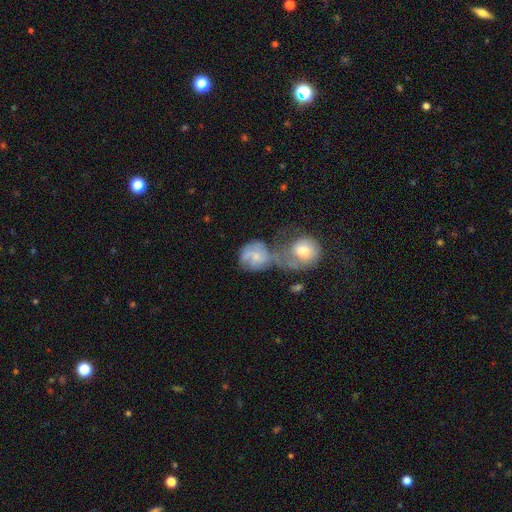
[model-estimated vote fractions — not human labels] A featured or disk galaxy (52%) with no bar (71%), spiral arms (73%) and a small central bulge (48%). Merging: merger (57%).